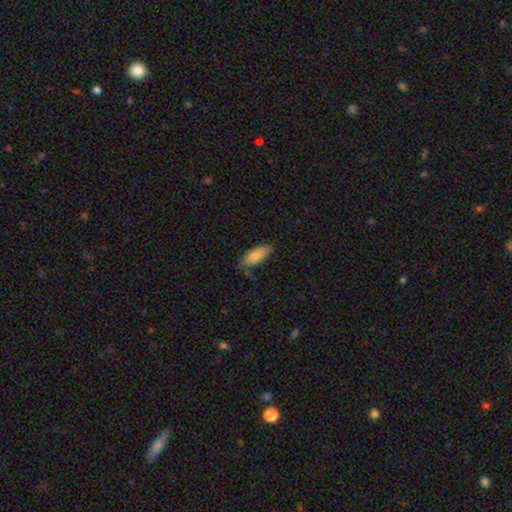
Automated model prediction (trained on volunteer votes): This appears to be a smooth galaxy with no disk features (79%) that is in between round and cigar-shaped (83%). Merging: none (77%).